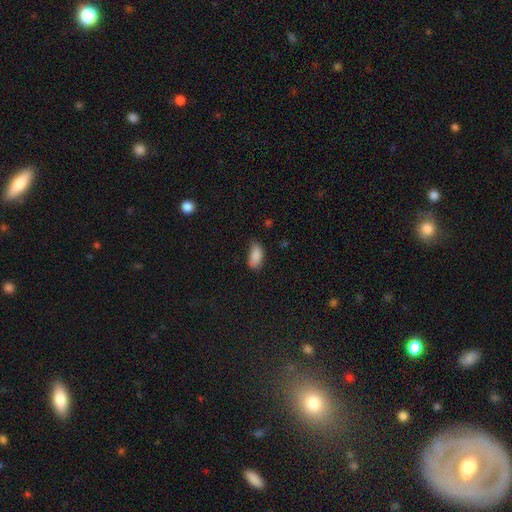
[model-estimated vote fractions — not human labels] A smooth galaxy with no disk features (87%) that is in between round and cigar-shaped (90%).

Vote fractions:
- Smooth or featured? smooth: 87% / star or artifact: 8% / featured or disk: 4%
- How rounded? in between: 90% / cigar-shaped: 7% / round: 3%
- Merging? none: 65% / minor disturbance: 28% / major disturbance: 5% / merger: 2%